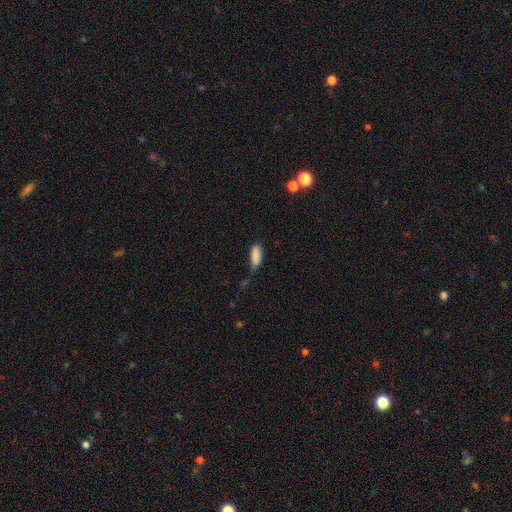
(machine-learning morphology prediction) smooth_or_featured: smooth (p=0.86) [alt: star or artifact p=0.08]
how_rounded: in between (p=0.74) [alt: cigar-shaped p=0.24]
merging: none (p=0.46) [alt: minor disturbance p=0.34]